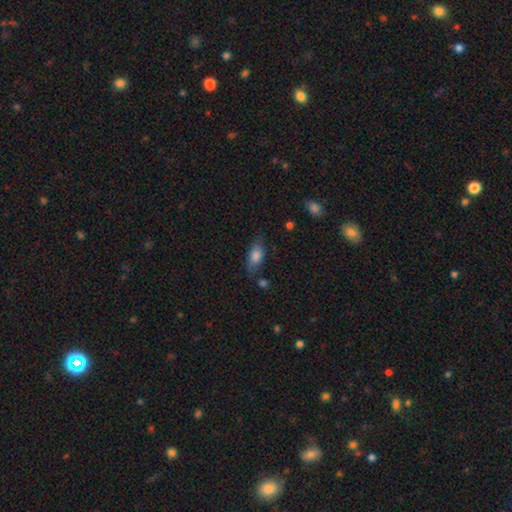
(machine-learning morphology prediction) Smooth or featured: smooth — 81% (featured or disk — 12%)
How rounded: in between — 87% (cigar-shaped — 10%)
Merging: none — 69% (minor disturbance — 21%)